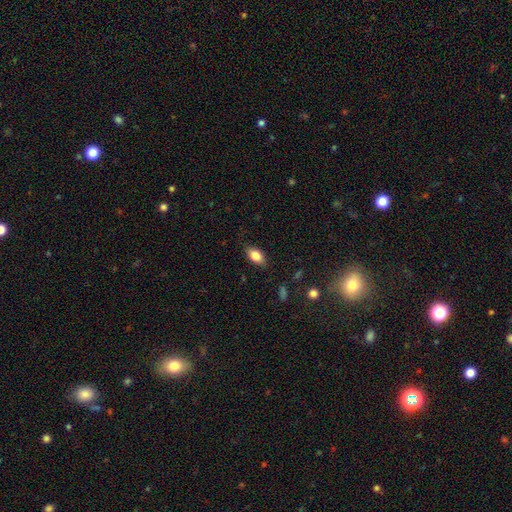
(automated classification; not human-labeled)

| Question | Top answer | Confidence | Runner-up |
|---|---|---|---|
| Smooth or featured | smooth | 81% | featured or disk (11%) |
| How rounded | in between | 88% | round (6%) |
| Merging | none | 83% | minor disturbance (13%) |